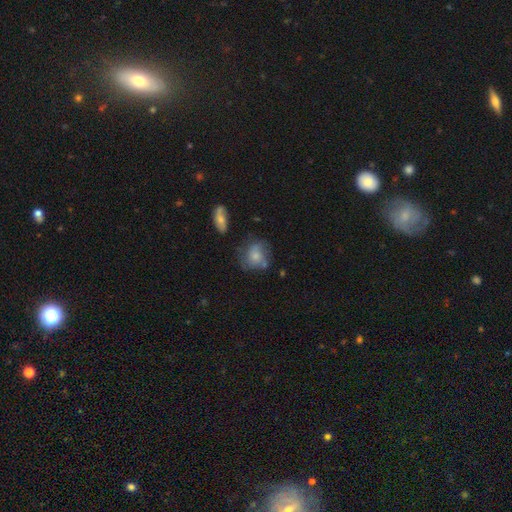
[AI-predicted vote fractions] A smooth galaxy with no disk features (60%) that is round (64%).

Vote fractions:
- Smooth or featured? smooth: 60% / featured or disk: 31% / star or artifact: 9%
- How rounded? round: 64% / in between: 35% / cigar-shaped: 1%
- Merging? none: 49% / minor disturbance: 28% / major disturbance: 15% / merger: 9%